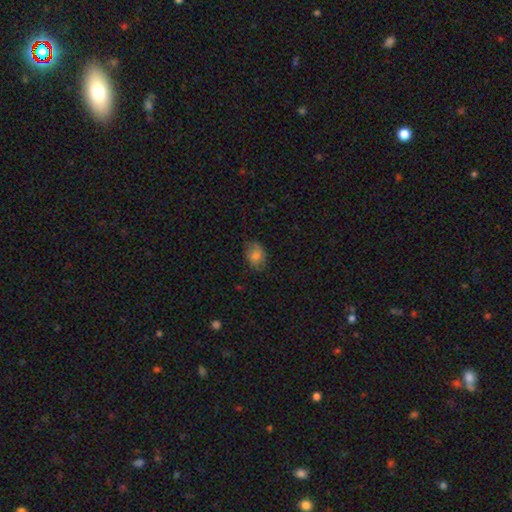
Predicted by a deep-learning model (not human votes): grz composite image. It shows a smooth galaxy with no disk features (78%) that is in between round and cigar-shaped (69%). Merging: none (72%).